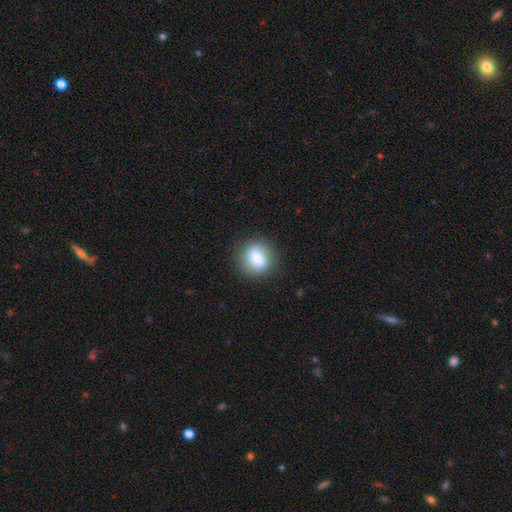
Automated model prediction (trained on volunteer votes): A smooth galaxy with no disk features (76%) that is round (52%). Merging: none (81%).